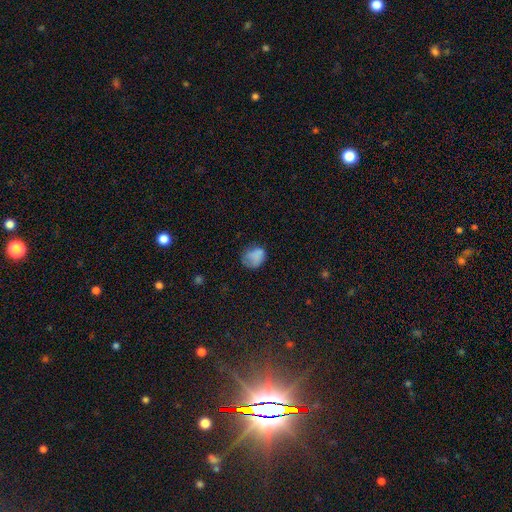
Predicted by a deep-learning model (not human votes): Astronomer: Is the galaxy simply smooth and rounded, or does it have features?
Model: smooth — 79%.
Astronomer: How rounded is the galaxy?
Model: round — 59% (runner-up: in between, 40%).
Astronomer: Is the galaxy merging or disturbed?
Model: none — 54% (runner-up: minor disturbance, 30%).